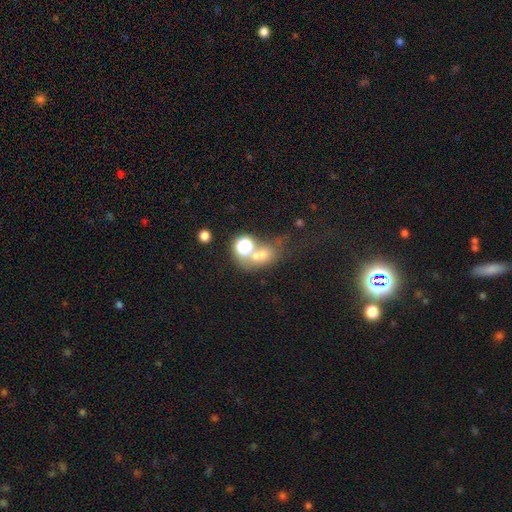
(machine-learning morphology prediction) A smooth galaxy with no disk features (58%) that is round (55%). Merging: merger (49%).